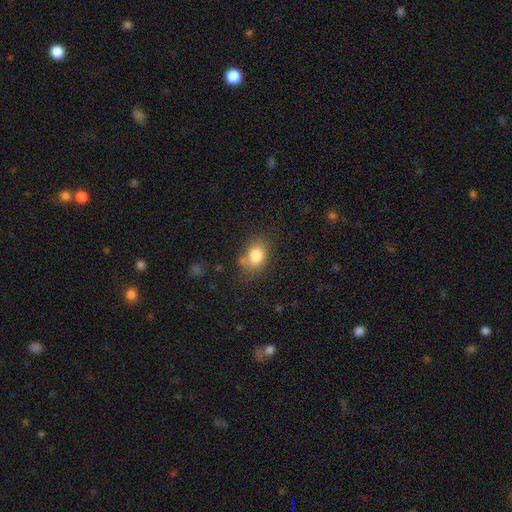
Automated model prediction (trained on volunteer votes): Morphology: type=smooth (82%); roundness=in between (68%); merging=none (67%).